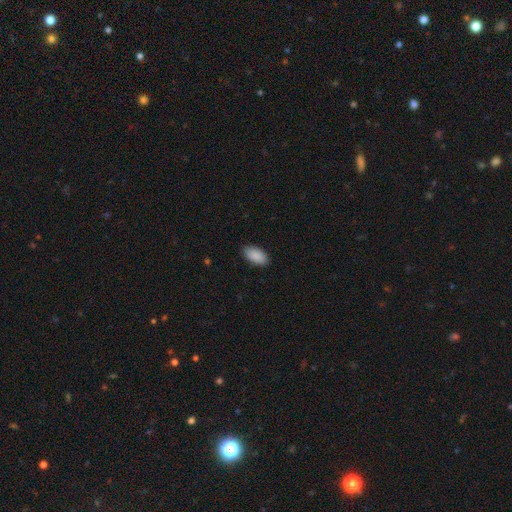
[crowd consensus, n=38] A smooth galaxy with no disk features (89%) that is in between round and cigar-shaped (94%).

Vote fractions:
- Smooth or featured? smooth: 89% / star or artifact: 8% / featured or disk: 3%
- How rounded? in between: 94% / round: 3% / cigar-shaped: 3%
- Merging? none: 91% / minor disturbance: 6% / major disturbance: 3% / merger: 0%